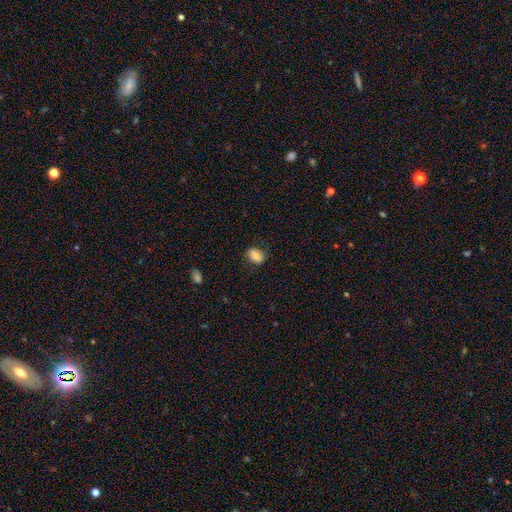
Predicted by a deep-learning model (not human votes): Smooth or featured? smooth (82%)
How rounded? in between (83%)
Merging? none (76%)